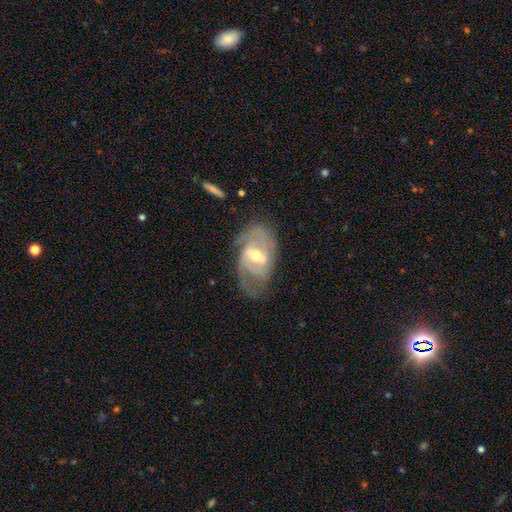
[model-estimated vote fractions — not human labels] smooth-or-featured: featured or disk: 85% | smooth: 10% | star or artifact: 5%
  disk-edge-on: no: 96% | yes: 4%
    bar: weak: 54% | strong: 32% | no: 14%
    has-spiral-arms: yes: 92% | no: 8%
      spiral-winding: medium: 45% | tight: 39% | loose: 16%
      spiral-arm-count: 2: 57% | can't tell: 21% | 3: 13% | 1: 4% | 4: 3% | more than 4: 2%
    bulge-size: moderate: 61% | small: 33% | large: 4% | none: 1% | dominant: 1%
  merging: none: 61% | minor disturbance: 24% | major disturbance: 13% | merger: 2%